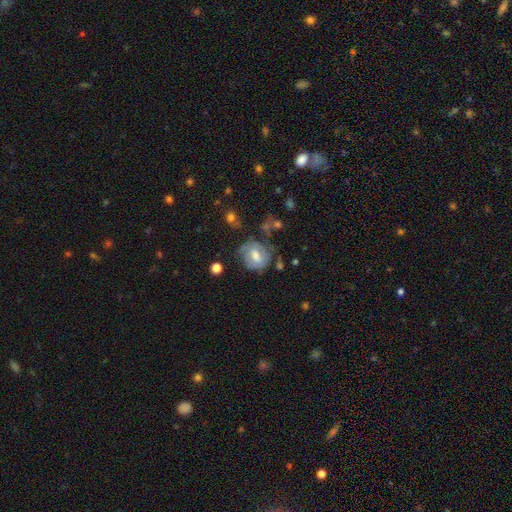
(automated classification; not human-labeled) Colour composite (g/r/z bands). It shows a smooth galaxy with no disk features (48%). Merging: none (54%).